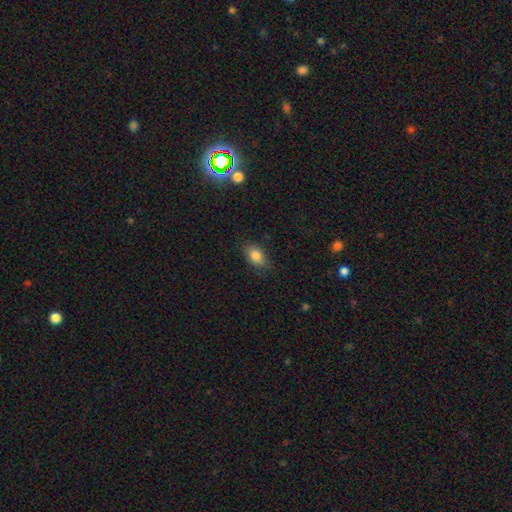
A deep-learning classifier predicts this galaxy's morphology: Q: Smooth or featured?
A: smooth (84%); runner-up: star or artifact (9%)
Q: How rounded?
A: in between (85%); runner-up: round (12%)
Q: Merging?
A: none (83%); runner-up: minor disturbance (13%)